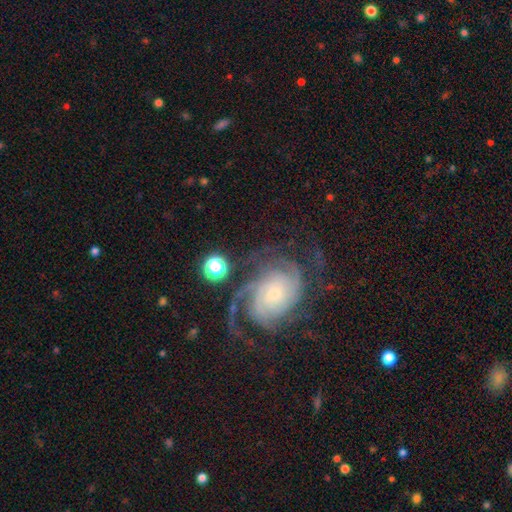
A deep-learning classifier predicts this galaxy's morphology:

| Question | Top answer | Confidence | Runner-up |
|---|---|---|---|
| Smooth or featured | featured or disk | 77% | star or artifact (13%) |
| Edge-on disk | no | 97% | yes (3%) |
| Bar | no | 70% | weak (22%) |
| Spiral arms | yes | 95% | no (5%) |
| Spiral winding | tight | 59% | medium (31%) |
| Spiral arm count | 2 | 41% | can't tell (23%) |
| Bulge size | small | 63% | moderate (28%) |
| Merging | none | 71% | minor disturbance (14%) |